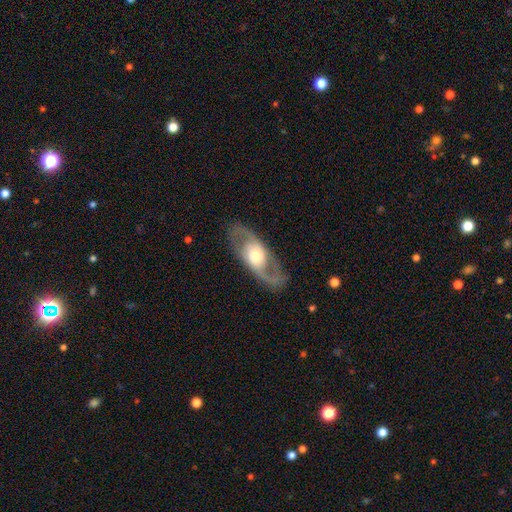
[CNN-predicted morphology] smooth-or-featured: featured or disk: 81% | smooth: 14% | star or artifact: 5%
  disk-edge-on: no: 91% | yes: 9%
    bar: no: 67% | weak: 24% | strong: 10%
    has-spiral-arms: yes: 84% | no: 16%
      spiral-winding: medium: 51% | loose: 31% | tight: 18%
      spiral-arm-count: 2: 90% | can't tell: 5% | 1: 2% | 3: 1% | 4: 1% | more than 4: 1%
    bulge-size: moderate: 58% | small: 21% | large: 18% | dominant: 2% | none: 1%
  merging: none: 83% | minor disturbance: 10% | major disturbance: 6% | merger: 1%